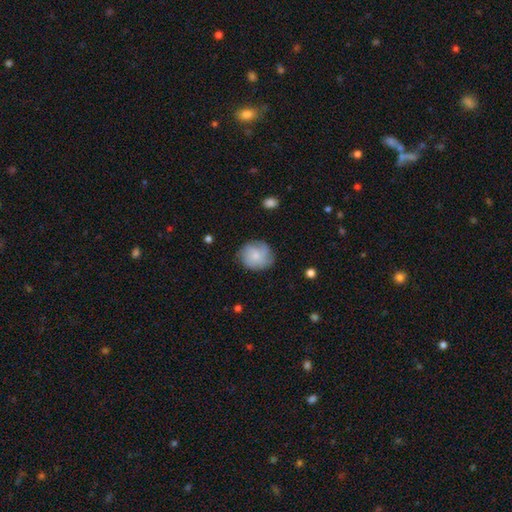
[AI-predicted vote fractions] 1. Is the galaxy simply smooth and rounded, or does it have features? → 64% smooth, 29% featured or disk, 8% star or artifact.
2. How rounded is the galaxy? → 81% round, 18% in between, 1% cigar-shaped.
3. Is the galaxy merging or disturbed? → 72% none, 20% minor disturbance, 6% major disturbance, 1% merger.